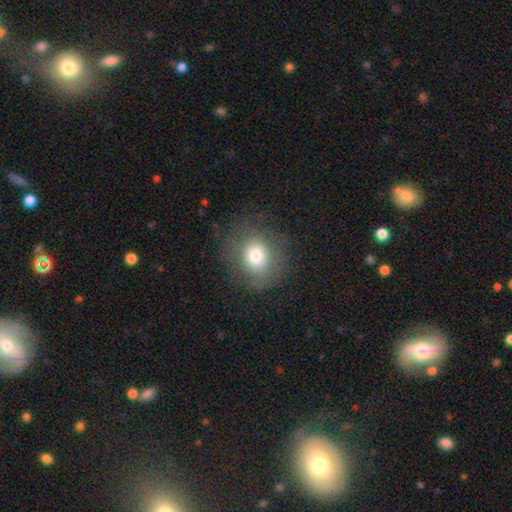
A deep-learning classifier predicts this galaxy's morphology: type=smooth (74%); roundness=round (79%); merging=none (80%).